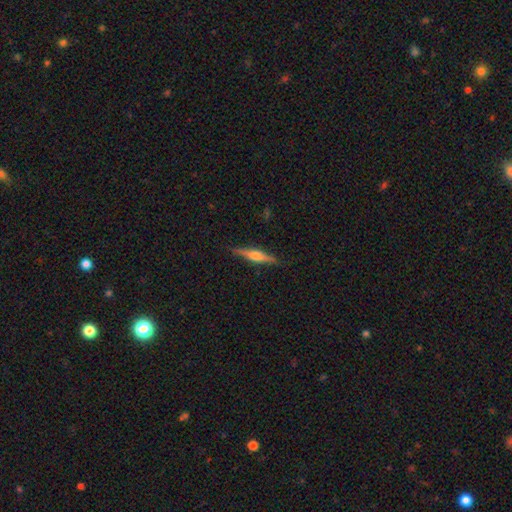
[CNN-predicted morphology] This is likely a featured or disk galaxy (67%). It is clearly viewed edge-on (97%). Edge-on bulge: clearly rounded (85%). Merging: clearly none (88%).